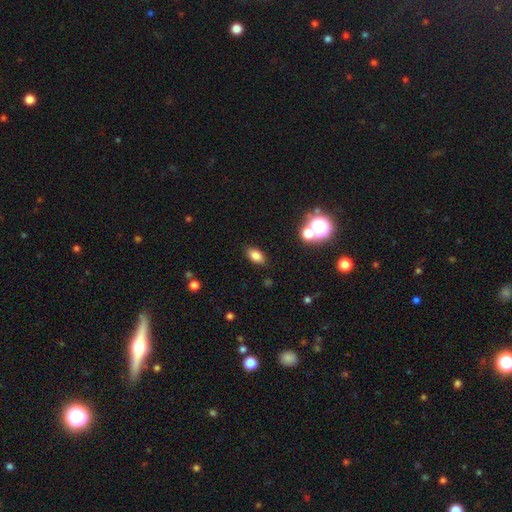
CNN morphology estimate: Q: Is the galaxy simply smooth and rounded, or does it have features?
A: smooth — 80%.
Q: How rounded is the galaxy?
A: in between — 88%.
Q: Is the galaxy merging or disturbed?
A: none — 86%.